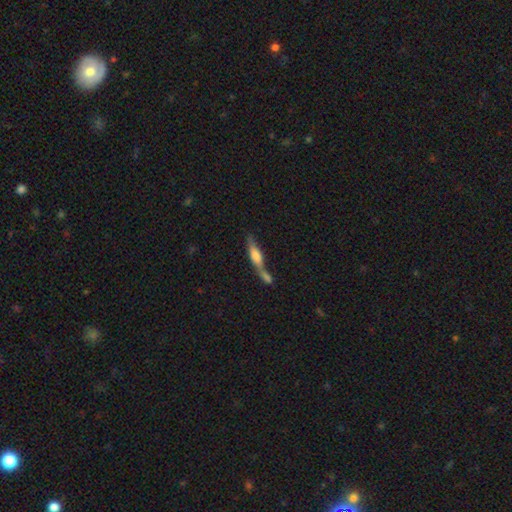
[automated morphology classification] Q: Smooth or featured?
A: smooth (47%); runner-up: featured or disk (45%)
Q: Merging?
A: merger (53%); runner-up: none (30%)